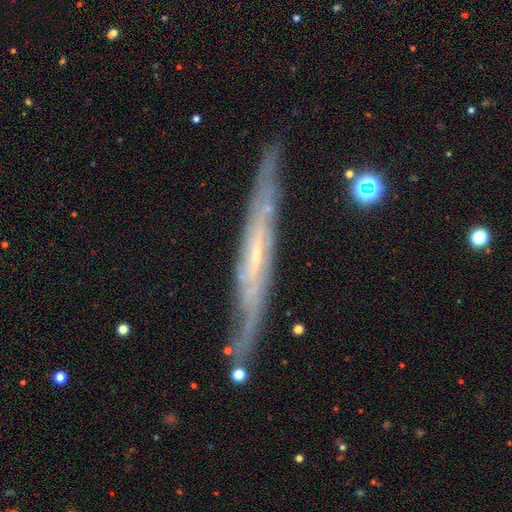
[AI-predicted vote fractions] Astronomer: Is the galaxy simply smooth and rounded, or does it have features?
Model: featured or disk — 77%.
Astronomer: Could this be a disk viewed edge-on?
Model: yes — 74%.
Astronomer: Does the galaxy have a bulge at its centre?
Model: none — 71%.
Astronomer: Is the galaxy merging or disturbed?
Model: none — 79%.